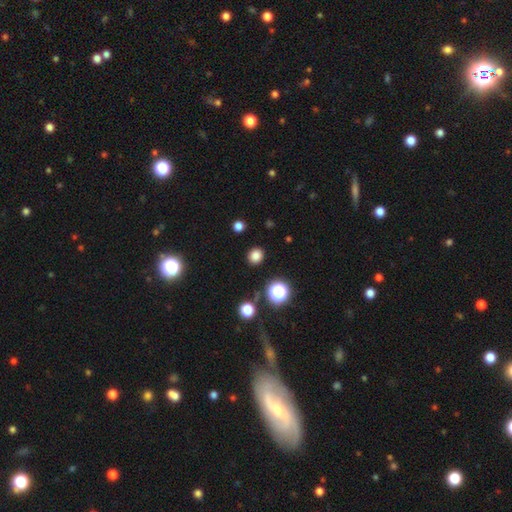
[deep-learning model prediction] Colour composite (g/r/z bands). It shows a smooth galaxy with no disk features (81%) that is round (87%). Merging: none (90%).